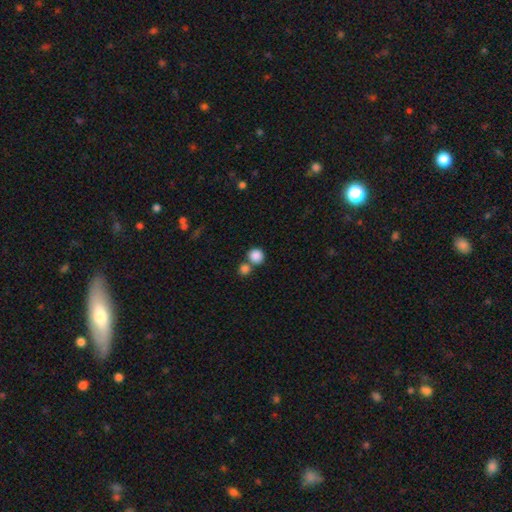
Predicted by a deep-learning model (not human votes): Smooth or featured? smooth (86%)
How rounded? round (88%)
Merging? none (57%)